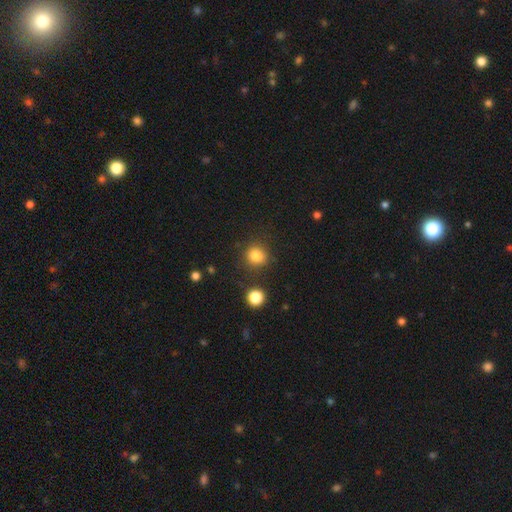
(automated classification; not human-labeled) Smooth or featured? Predicted: smooth (p=0.84). How rounded? Predicted: round (p=0.83). Merging? Predicted: none (p=0.81).